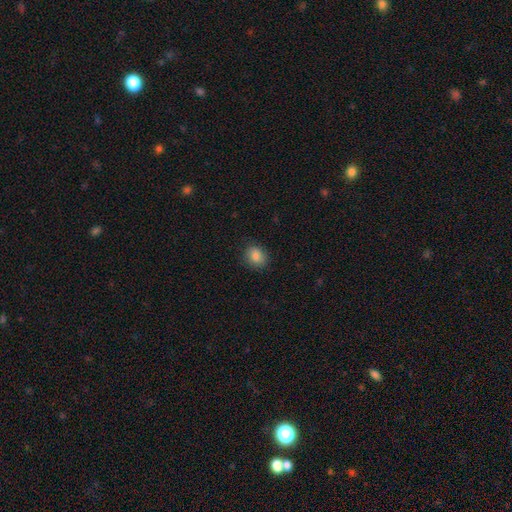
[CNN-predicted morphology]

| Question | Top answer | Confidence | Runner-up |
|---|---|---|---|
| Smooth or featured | smooth | 86% | star or artifact (9%) |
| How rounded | round | 56% | in between (43%) |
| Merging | none | 85% | minor disturbance (11%) |